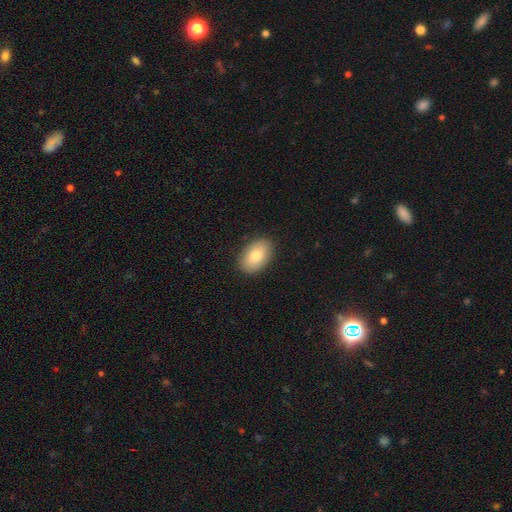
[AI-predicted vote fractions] Smooth or featured: smooth — 78% (featured or disk — 14%)
How rounded: in between — 89% (round — 10%)
Merging: none — 89% (minor disturbance — 8%)